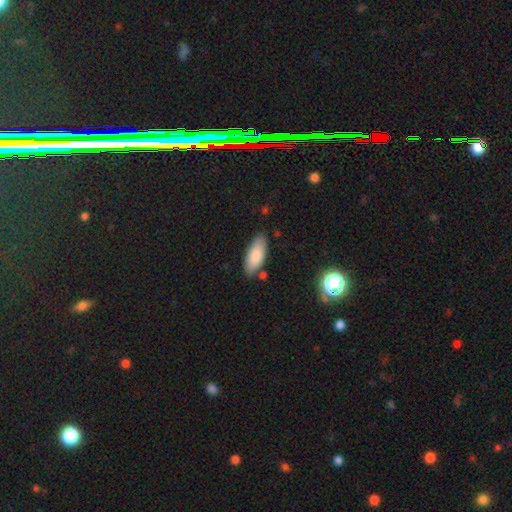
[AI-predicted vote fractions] Smooth or featured? Predicted: smooth (p=0.85). How rounded? Predicted: in between (p=0.83). Merging? Predicted: none (p=0.79).